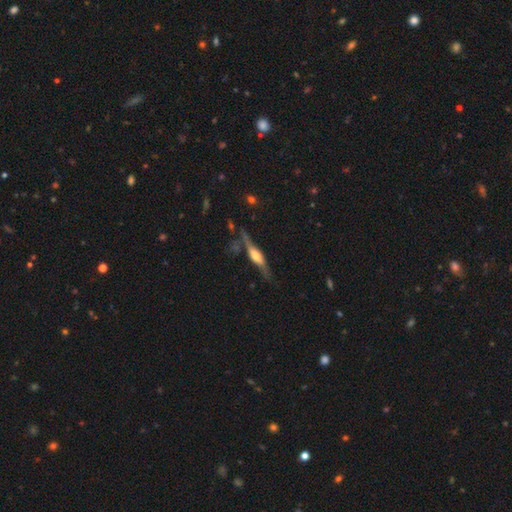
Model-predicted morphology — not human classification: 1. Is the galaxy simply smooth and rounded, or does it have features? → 70% featured or disk, 24% smooth, 6% star or artifact.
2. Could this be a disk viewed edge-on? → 93% yes, 7% no.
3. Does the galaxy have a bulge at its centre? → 77% rounded, 18% boxy, 5% none.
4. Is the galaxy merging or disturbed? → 71% none, 17% minor disturbance, 7% major disturbance, 5% merger.